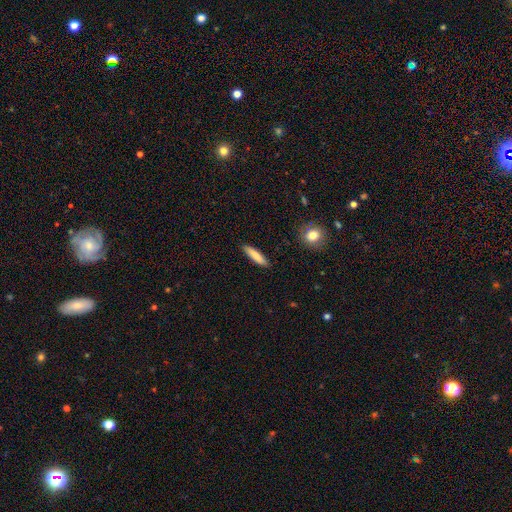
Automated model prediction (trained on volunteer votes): smooth-or-featured: smooth: 81% | featured or disk: 13% | star or artifact: 6%
  how-rounded: cigar-shaped: 81% | in between: 17% | round: 2%
  merging: none: 90% | minor disturbance: 7% | major disturbance: 2% | merger: 1%